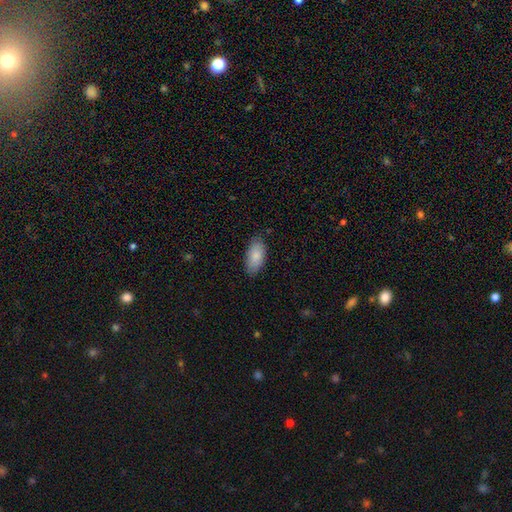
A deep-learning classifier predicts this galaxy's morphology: Smooth or featured?
  - smooth: 85% *
  - featured or disk: 9%
  - star or artifact: 6%
How rounded?
  - in between: 92% *
  - cigar-shaped: 6%
  - round: 2%
Merging?
  - none: 83% *
  - minor disturbance: 13%
  - major disturbance: 2%
  - merger: 1%